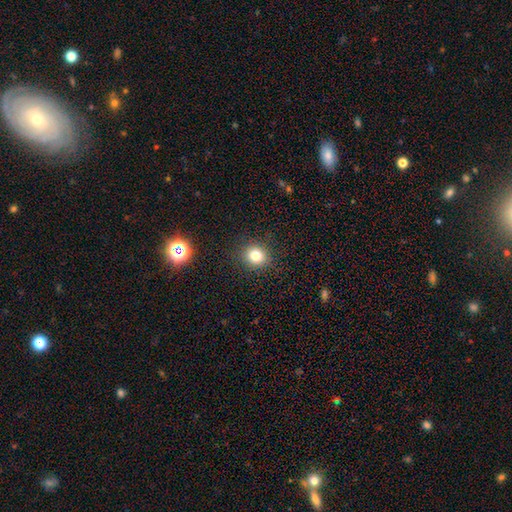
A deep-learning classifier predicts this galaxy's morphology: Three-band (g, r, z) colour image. It shows a smooth galaxy with no disk features (79%) that is round (84%). Merging: none (89%).